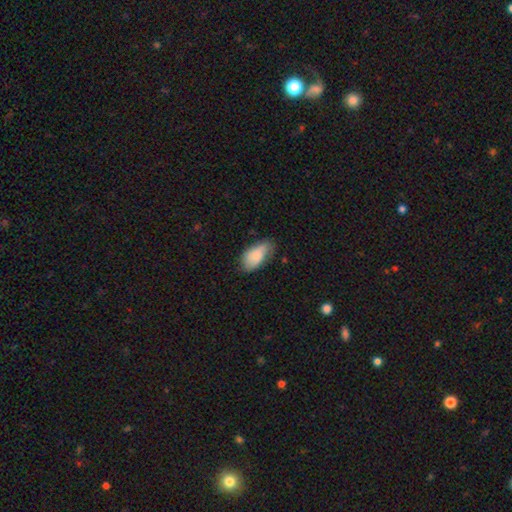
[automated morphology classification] Smooth or featured? Predicted: smooth (p=0.78). How rounded? Predicted: in between (p=0.94). Merging? Predicted: none (p=0.57).